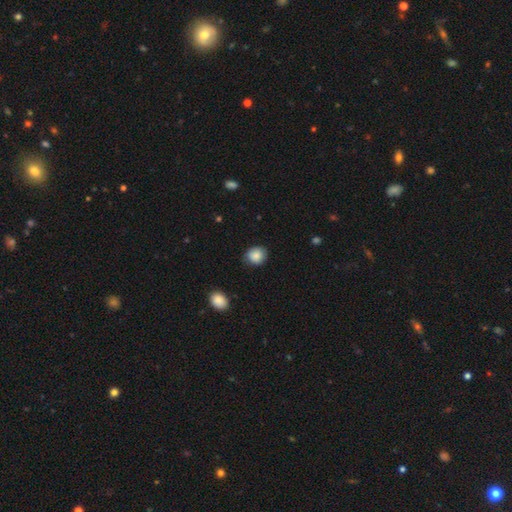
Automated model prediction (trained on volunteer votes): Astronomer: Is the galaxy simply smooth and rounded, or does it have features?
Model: smooth — 86%.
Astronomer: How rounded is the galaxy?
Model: round — 75%.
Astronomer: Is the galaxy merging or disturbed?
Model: none — 78%.